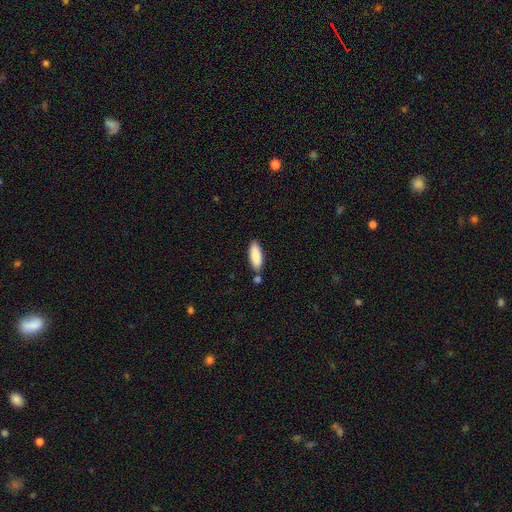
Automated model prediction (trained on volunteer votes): smooth 87%, featured or disk 7%, star or artifact 6%. Down the decision tree: how rounded — in between (65%); merging — none (72%).